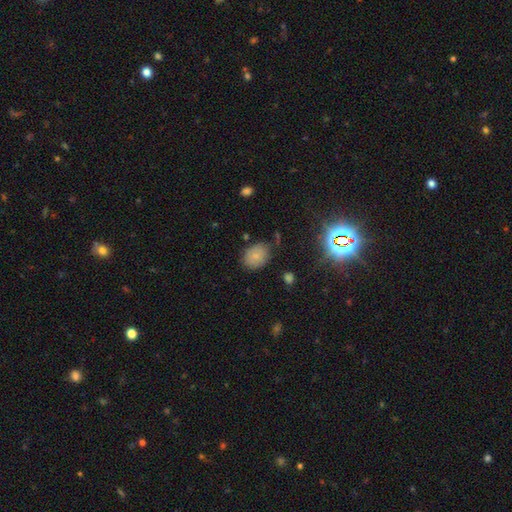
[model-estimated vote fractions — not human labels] Morphology: type=smooth (78%); roundness=in between (61%); merging=none (75%).